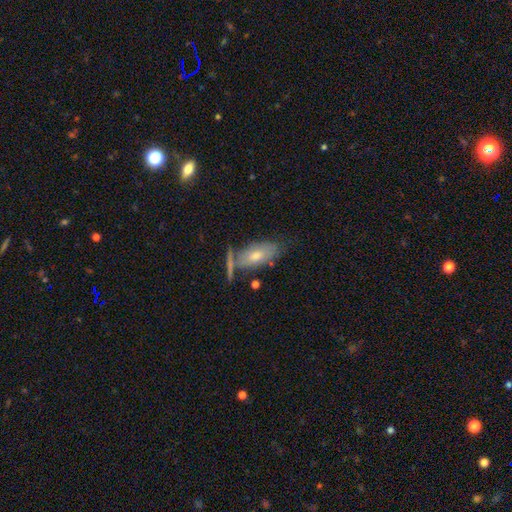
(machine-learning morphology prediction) Smooth or featured?
  - smooth: 53% *
  - featured or disk: 38%
  - star or artifact: 9%
How rounded?
  - in between: 84% *
  - cigar-shaped: 12%
  - round: 4%
Merging?
  - none: 54% *
  - minor disturbance: 21%
  - merger: 16%
  - major disturbance: 9%